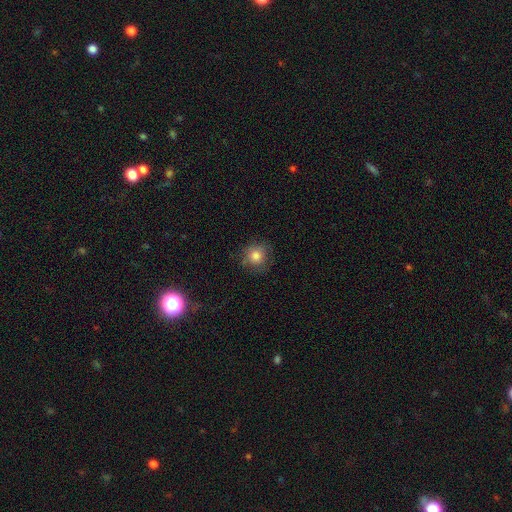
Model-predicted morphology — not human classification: smooth_or_featured: smooth (p=0.80) [alt: star or artifact p=0.11]
how_rounded: round (p=0.90) [alt: in between p=0.09]
merging: none (p=0.78) [alt: minor disturbance p=0.16]